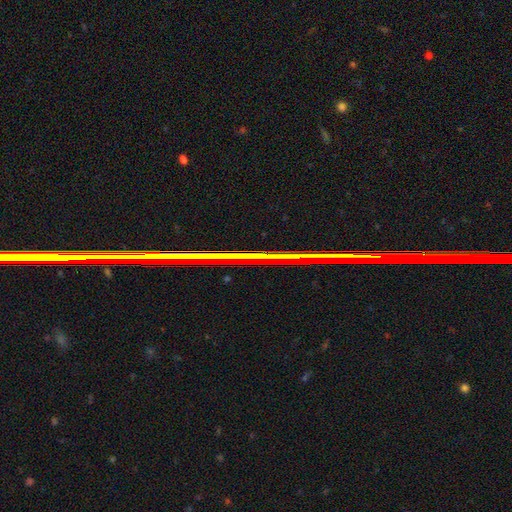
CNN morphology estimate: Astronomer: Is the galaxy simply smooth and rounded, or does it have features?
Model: star or artifact — 83%.